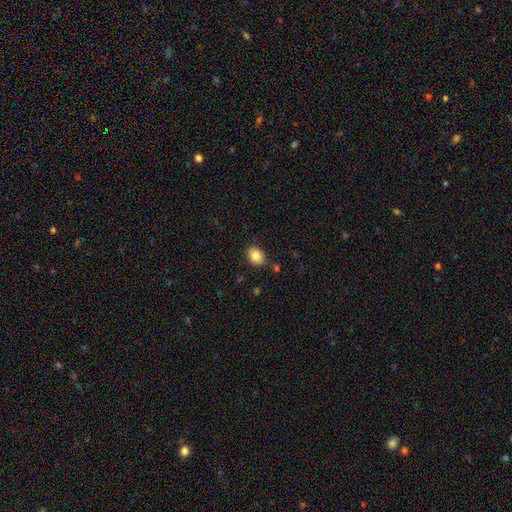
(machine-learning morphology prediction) smooth_or_featured: smooth (p=0.84) [alt: star or artifact p=0.09]
how_rounded: in between (p=0.50) [alt: round p=0.49]
merging: none (p=0.79) [alt: minor disturbance p=0.14]